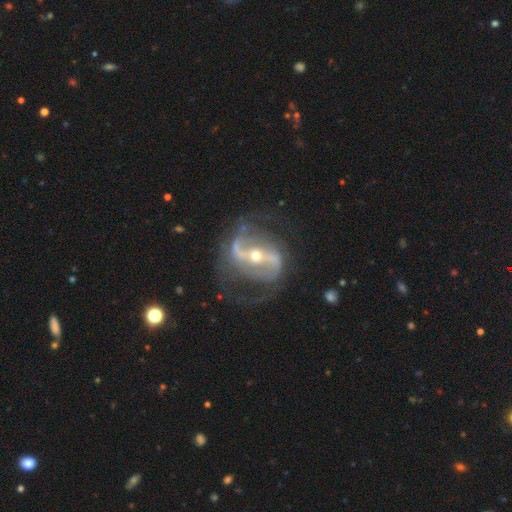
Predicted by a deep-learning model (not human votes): This is clearly a featured or disk galaxy (91%). It is clearly not viewed edge-on (96%). Bar: likely strong (63%). Spiral arm pattern: clearly yes (96%). Spiral arm count: clearly 2 (91%). Spiral winding: possibly loose (45%). Central bulge: possibly small (52%). Merging: likely none (68%).